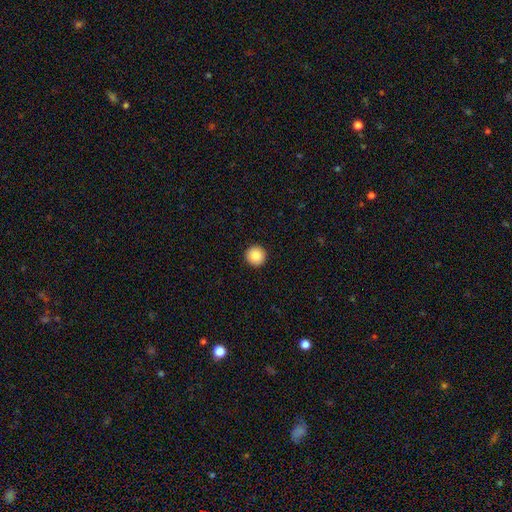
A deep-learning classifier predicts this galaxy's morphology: A smooth galaxy with no disk features (87%) that is round (96%). Merging: none (94%).